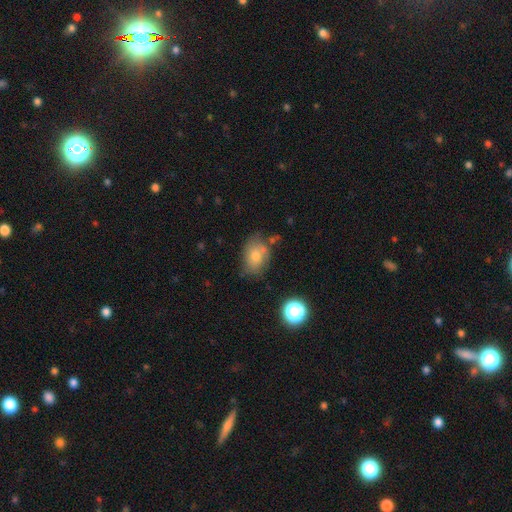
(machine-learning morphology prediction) Overall: smooth (64%). How rounded: in between (69%; round 29%). Merging: none (60%; minor disturbance 25%).